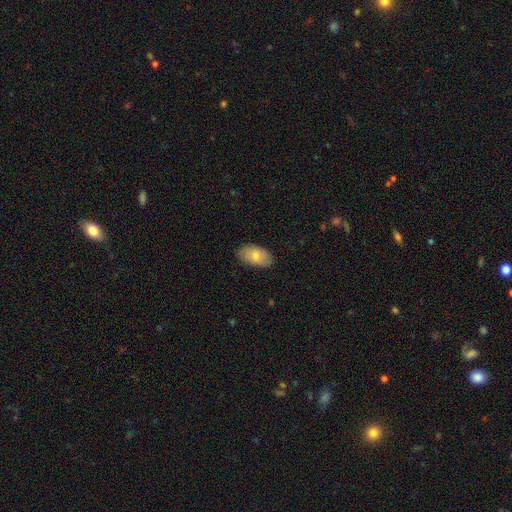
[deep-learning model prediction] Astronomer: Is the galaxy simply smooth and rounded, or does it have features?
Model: smooth — 77%.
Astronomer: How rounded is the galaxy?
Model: in between — 94%.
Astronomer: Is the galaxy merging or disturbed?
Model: none — 83%.